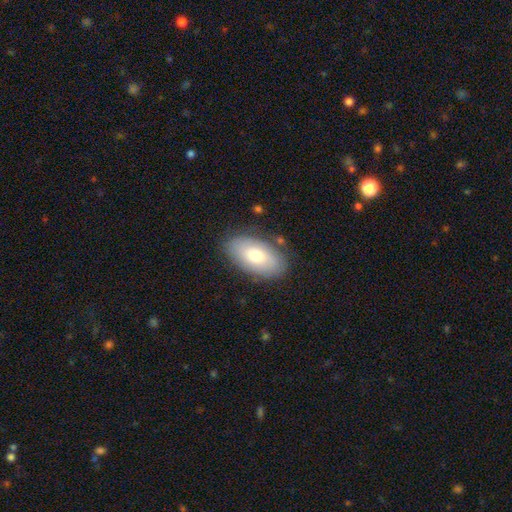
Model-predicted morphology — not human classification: This appears to be a smooth galaxy with no disk features (69%) that is in between round and cigar-shaped (94%). Merging: none (82%).